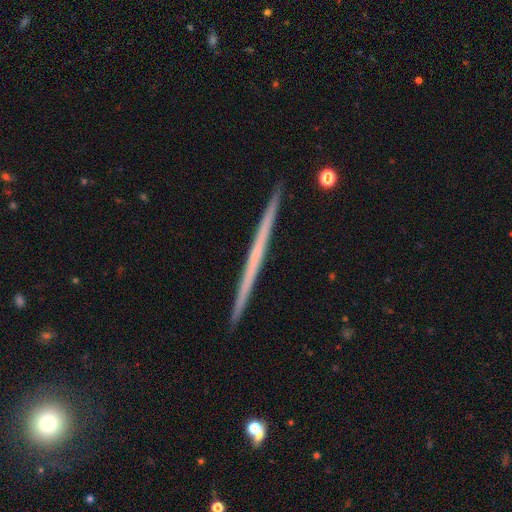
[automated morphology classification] The model was most divided on "smooth or featured": featured or disk: 64%, smooth: 30%, star or artifact: 6%. More confident: edge-on disk — yes (98%); merging — none (92%); edge-on bulge — none (91%).